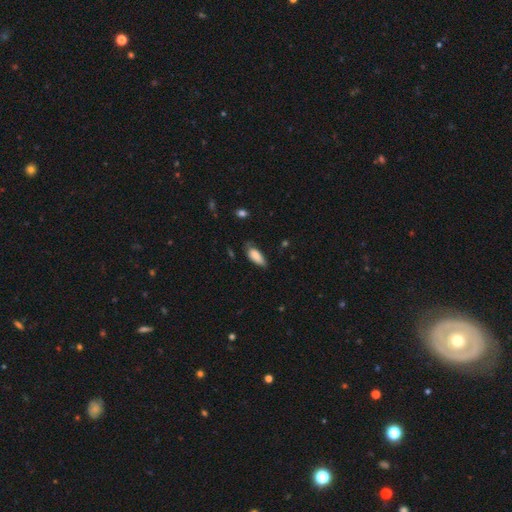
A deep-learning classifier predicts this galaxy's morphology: Overall: smooth (83%). How rounded: in between (79%). Merging: none (53%; minor disturbance 36%).